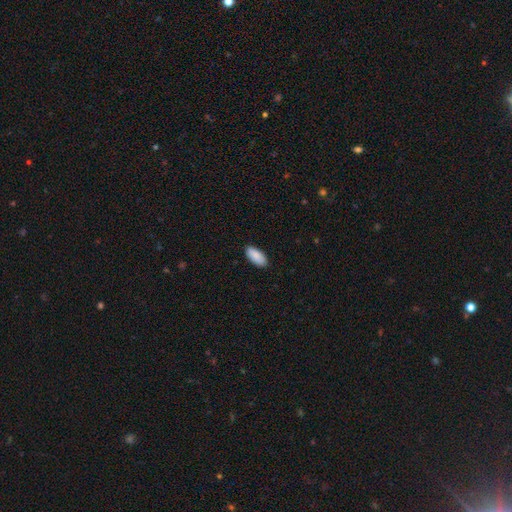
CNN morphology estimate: Smooth or featured? Predicted: smooth (p=0.90). How rounded? Predicted: in between (p=0.91). Merging? Predicted: none (p=0.89).